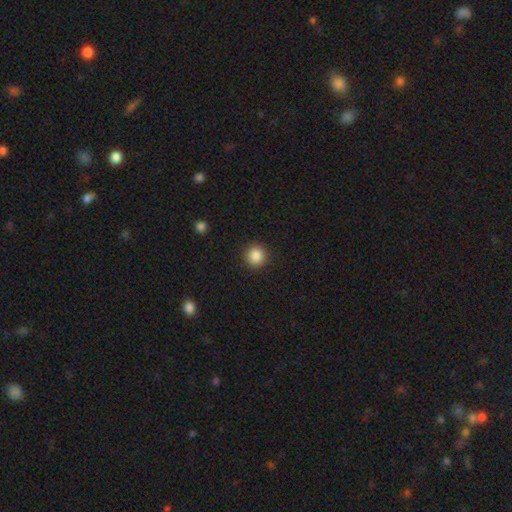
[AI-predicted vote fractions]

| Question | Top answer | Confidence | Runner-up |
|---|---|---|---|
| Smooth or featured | smooth | 87% | star or artifact (9%) |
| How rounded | round | 95% | in between (5%) |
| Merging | none | 92% | minor disturbance (5%) |